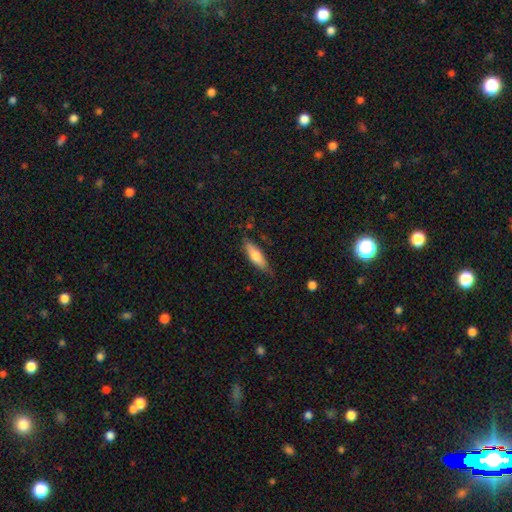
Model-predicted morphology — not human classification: A smooth galaxy with no disk features (71%) that is in between round and cigar-shaped (50%). Merging: none (73%).